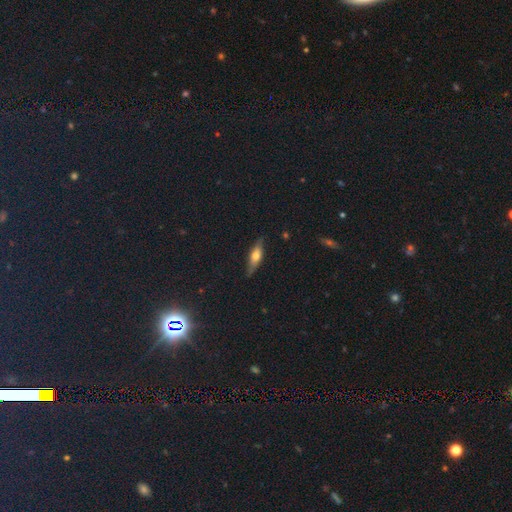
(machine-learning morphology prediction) A featured or disk galaxy (48%).

Vote fractions:
- Smooth or featured? featured or disk: 48% / smooth: 44% / star or artifact: 8%
- Merging? none: 81% / minor disturbance: 15% / major disturbance: 3% / merger: 1%